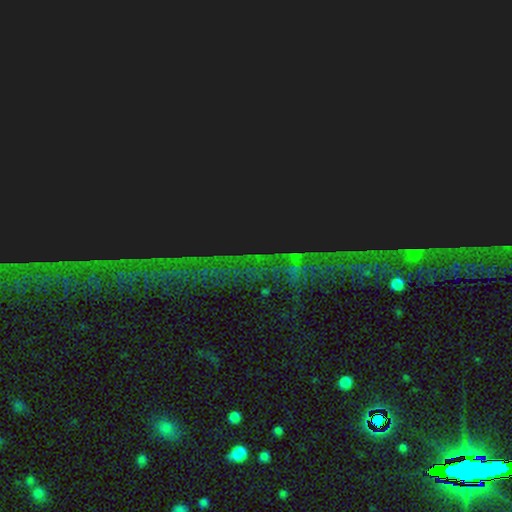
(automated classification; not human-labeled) This appears to be a star or artifact, not a galaxy (87%).